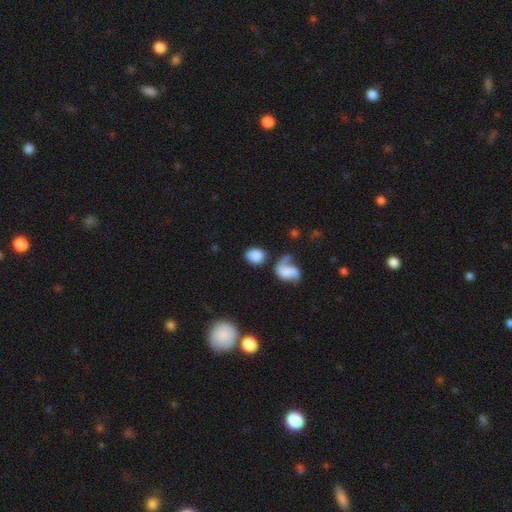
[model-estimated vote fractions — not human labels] Smooth or featured? Predicted: smooth (p=0.79). How rounded? Predicted: round (p=0.58). Merging? Predicted: none (p=0.59).